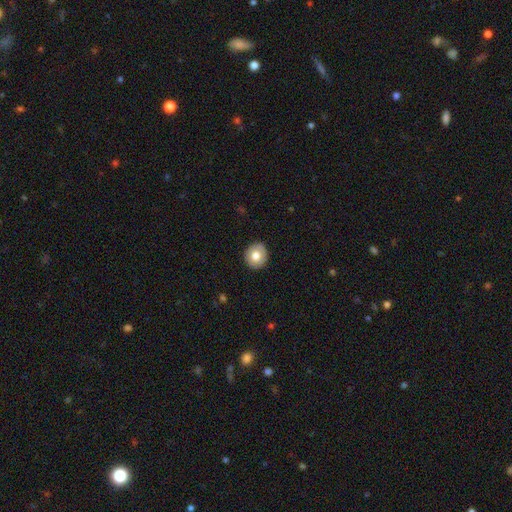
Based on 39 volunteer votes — Smooth or featured?
  - smooth: 69% *
  - featured or disk: 21%
  - star or artifact: 10%
How rounded?
  - round: 93% *
  - in between: 7%
  - cigar-shaped: 0%
Merging?
  - none: 97% *
  - minor disturbance: 3%
  - major disturbance: 0%
  - merger: 0%